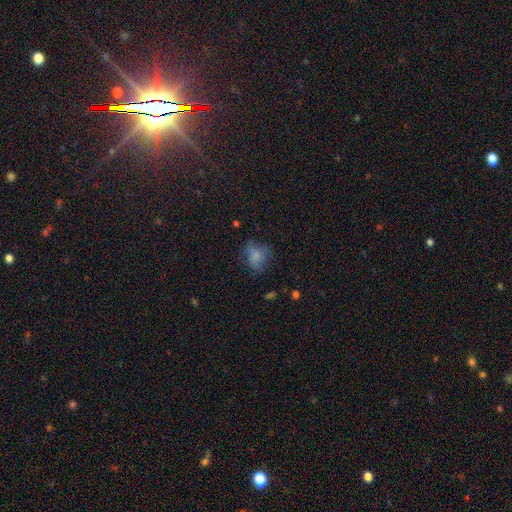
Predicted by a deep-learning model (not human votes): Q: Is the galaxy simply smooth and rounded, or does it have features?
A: smooth — 71%.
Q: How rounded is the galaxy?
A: round — 61%.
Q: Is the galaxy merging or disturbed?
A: none — 56%.